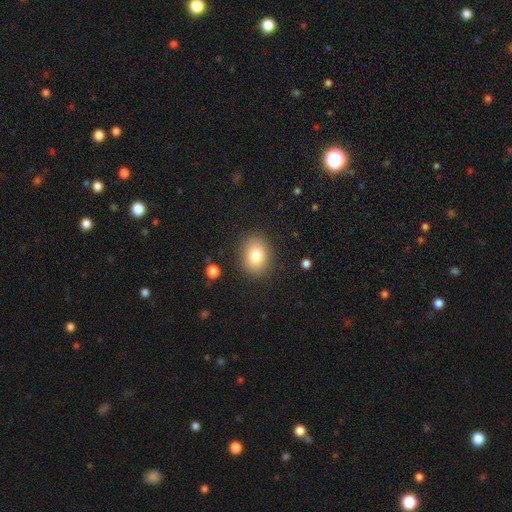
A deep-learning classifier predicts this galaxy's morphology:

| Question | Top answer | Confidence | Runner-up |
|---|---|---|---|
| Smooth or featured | smooth | 80% | featured or disk (11%) |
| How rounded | in between | 55% | round (44%) |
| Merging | none | 86% | minor disturbance (10%) |